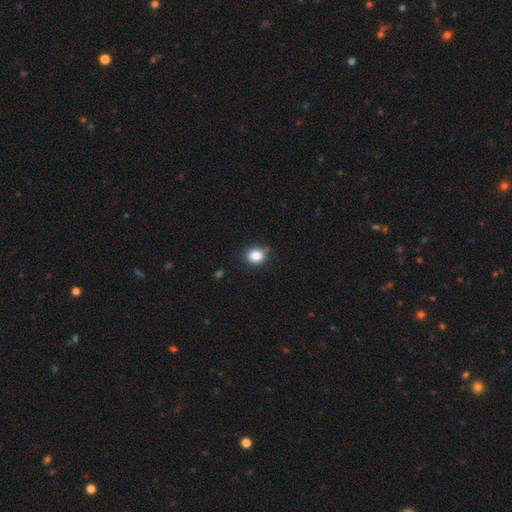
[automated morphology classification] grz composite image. It shows a smooth galaxy with no disk features (86%) that is round (59%). Merging: none (80%).